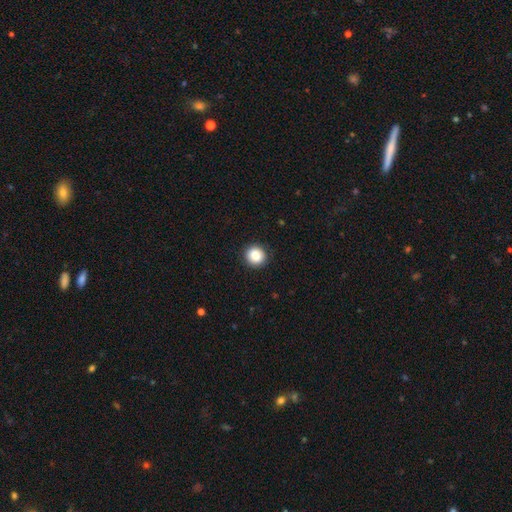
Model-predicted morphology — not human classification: A smooth galaxy with no disk features (84%) that is round (90%).

Vote fractions:
- Smooth or featured? smooth: 84% / star or artifact: 9% / featured or disk: 7%
- How rounded? round: 90% / in between: 9% / cigar-shaped: 1%
- Merging? none: 91% / minor disturbance: 6% / major disturbance: 2% / merger: 1%